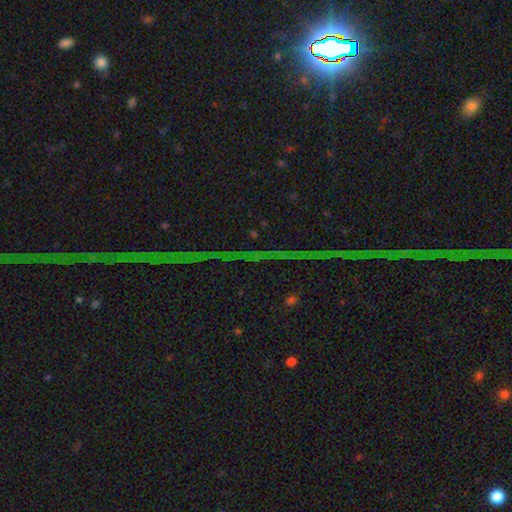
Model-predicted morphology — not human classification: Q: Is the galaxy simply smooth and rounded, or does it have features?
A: star or artifact — 85%.